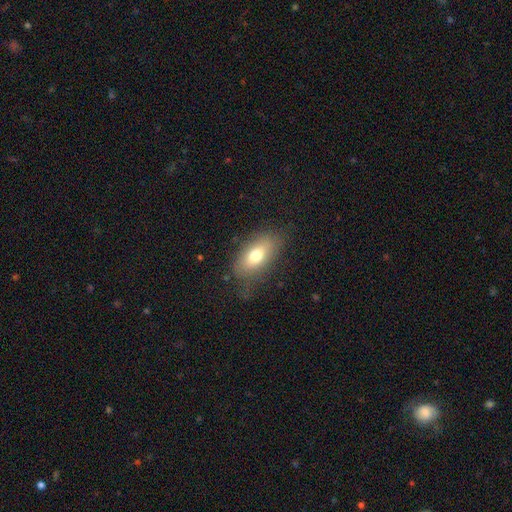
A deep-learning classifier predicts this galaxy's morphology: Q: Smooth or featured?
A: smooth (73%); runner-up: featured or disk (19%)
Q: How rounded?
A: in between (87%); runner-up: cigar-shaped (7%)
Q: Merging?
A: none (74%); runner-up: minor disturbance (18%)